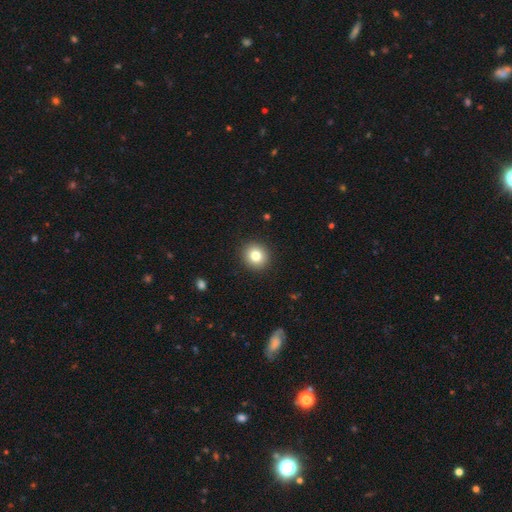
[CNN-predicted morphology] smooth_or_featured: smooth (p=0.81) [alt: star or artifact p=0.10]
how_rounded: round (p=0.88) [alt: in between p=0.11]
merging: none (p=0.92) [alt: minor disturbance p=0.05]